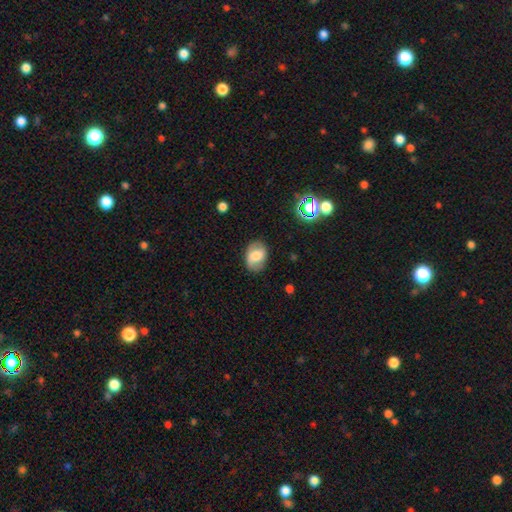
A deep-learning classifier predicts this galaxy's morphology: type=smooth (60%); roundness=in between (79%); merging=none (78%).